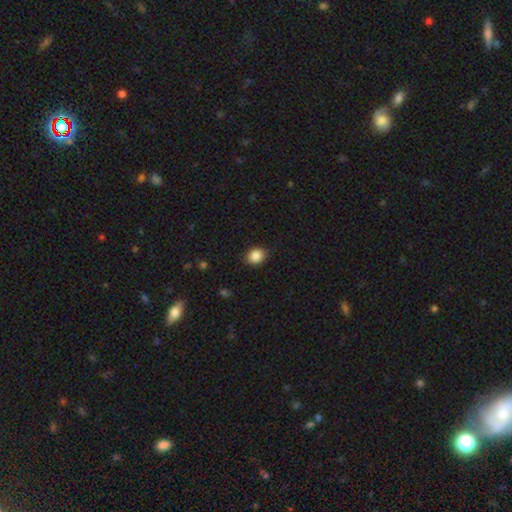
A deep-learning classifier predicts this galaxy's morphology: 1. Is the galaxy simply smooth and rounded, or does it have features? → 87% smooth, 9% star or artifact, 3% featured or disk.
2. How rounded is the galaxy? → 62% round, 37% in between, 1% cigar-shaped.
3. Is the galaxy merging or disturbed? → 86% none, 11% minor disturbance, 2% major disturbance, 1% merger.